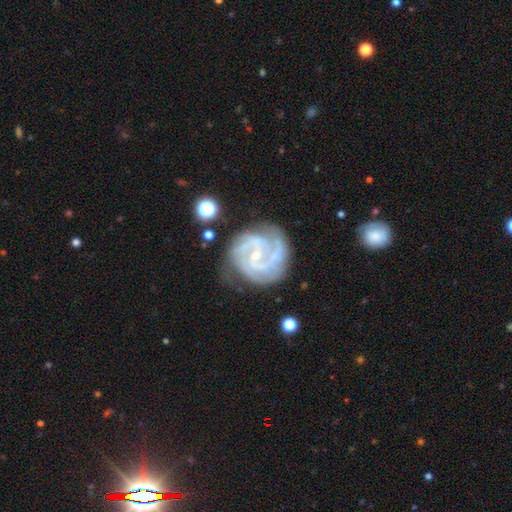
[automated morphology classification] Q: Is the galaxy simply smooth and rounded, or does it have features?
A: featured or disk — 89%.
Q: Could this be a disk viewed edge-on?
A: no — 98%.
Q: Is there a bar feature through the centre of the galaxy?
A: no — 47%.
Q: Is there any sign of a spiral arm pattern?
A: yes — 97%.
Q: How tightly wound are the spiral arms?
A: tight — 53%.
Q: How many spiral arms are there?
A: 2 — 39%.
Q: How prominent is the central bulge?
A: small — 79%.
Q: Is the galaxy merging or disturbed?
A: none — 69%.